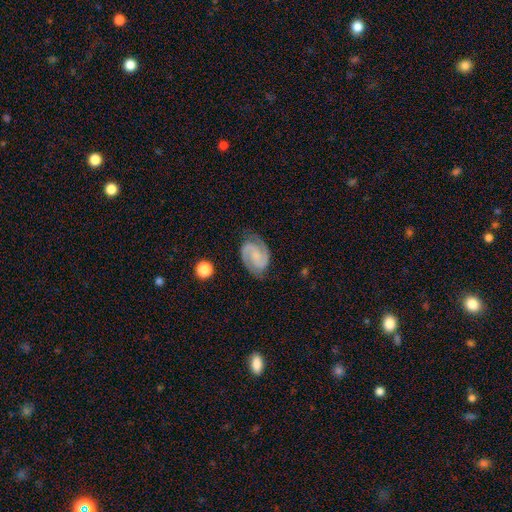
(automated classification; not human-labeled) A featured or disk galaxy (87%) with no bar (49%), 2 (93%) medium (49%) spiral arms (98%) and a small central bulge (46%). Merging: none (81%).